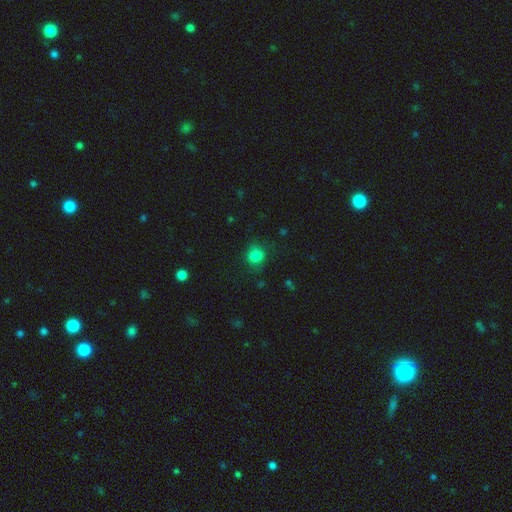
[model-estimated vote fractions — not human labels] Q: Smooth or featured?
A: smooth (82%); runner-up: star or artifact (12%)
Q: How rounded?
A: round (81%); runner-up: in between (18%)
Q: Merging?
A: none (77%); runner-up: minor disturbance (15%)